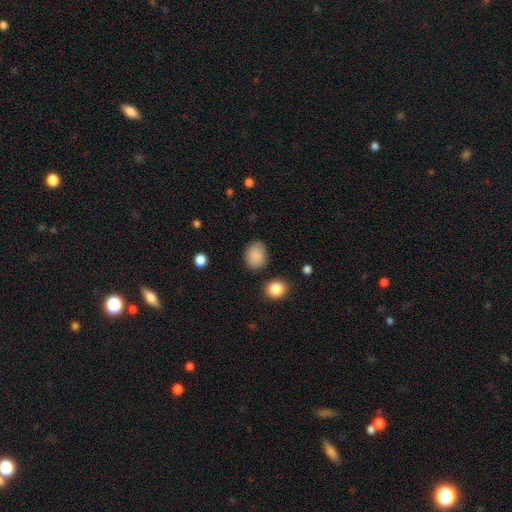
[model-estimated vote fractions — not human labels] Q: Smooth or featured?
A: smooth (87%); runner-up: star or artifact (8%)
Q: How rounded?
A: in between (56%); runner-up: round (43%)
Q: Merging?
A: none (79%); runner-up: minor disturbance (15%)